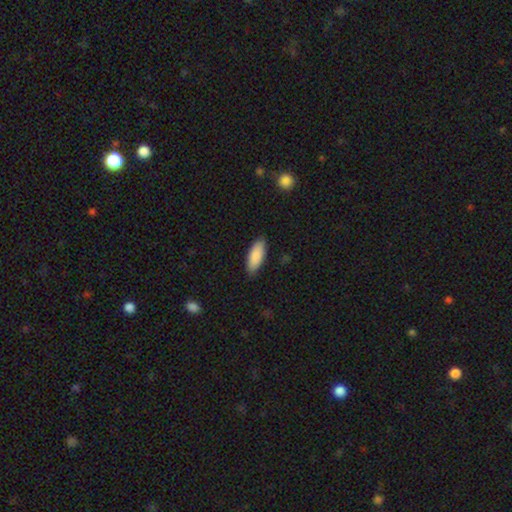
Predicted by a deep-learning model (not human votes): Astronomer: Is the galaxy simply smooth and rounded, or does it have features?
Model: smooth — 89%.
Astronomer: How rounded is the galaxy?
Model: in between — 76%.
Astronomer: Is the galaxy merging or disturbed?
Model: none — 86%.